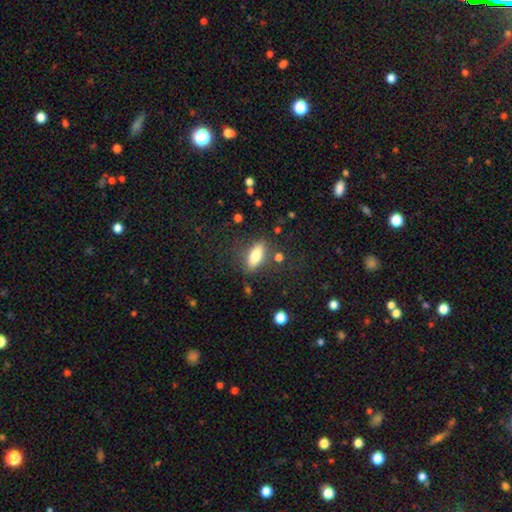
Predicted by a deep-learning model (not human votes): The model was most divided on "how rounded": in between: 74%, cigar-shaped: 23%, round: 3%. More confident: merging — none (77%); smooth or featured — smooth (77%).